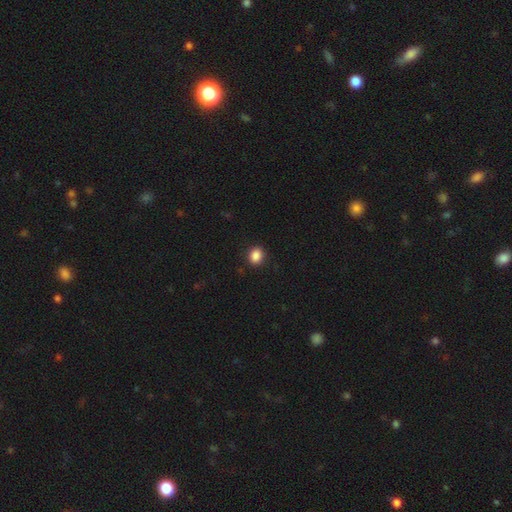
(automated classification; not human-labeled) Morphology: type=smooth (87%); roundness=round (58%); merging=none (90%).